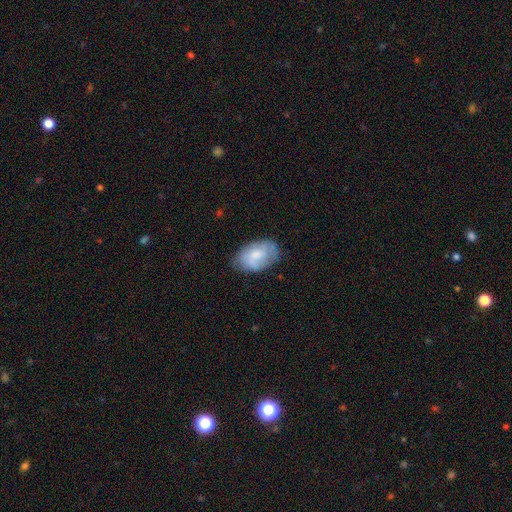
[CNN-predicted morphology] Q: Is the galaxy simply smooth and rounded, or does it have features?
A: smooth — 63%.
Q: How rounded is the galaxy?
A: in between — 89%.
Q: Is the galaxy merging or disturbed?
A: none — 64%.